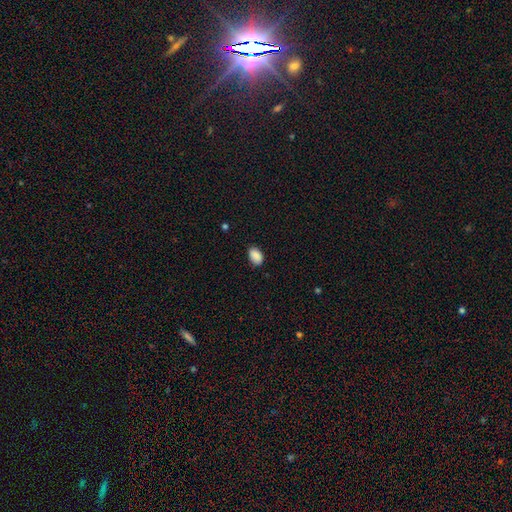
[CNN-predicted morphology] This is clearly a smooth galaxy (89%). How rounded: clearly in between (90%). Merging: clearly none (83%).